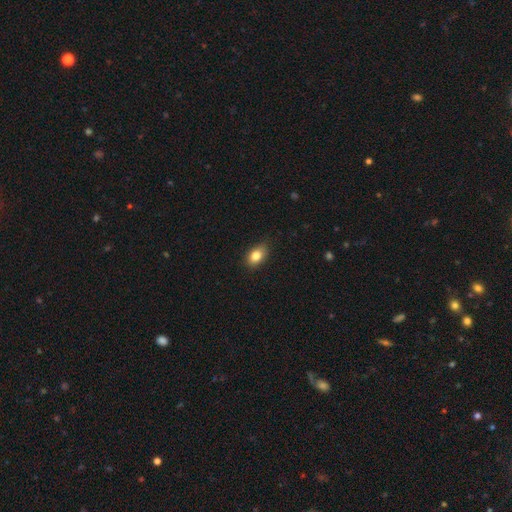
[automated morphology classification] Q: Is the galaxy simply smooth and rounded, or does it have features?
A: smooth — 82%.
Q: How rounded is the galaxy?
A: in between — 83%.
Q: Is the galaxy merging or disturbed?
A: none — 82%.